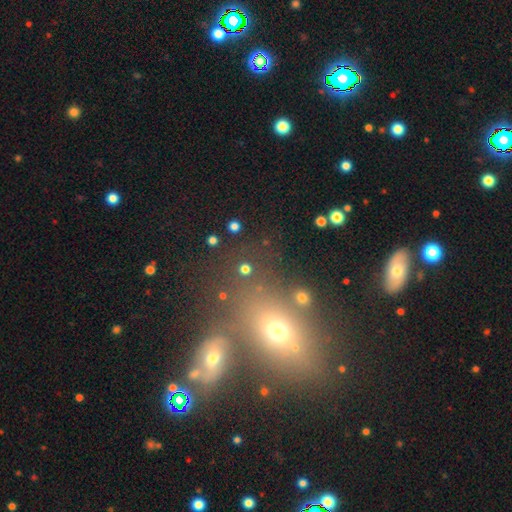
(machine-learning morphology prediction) Smooth or featured: smooth — 51% (star or artifact — 29%)
How rounded: in between — 63% (round — 28%)
Merging: none — 58% (merger — 22%)